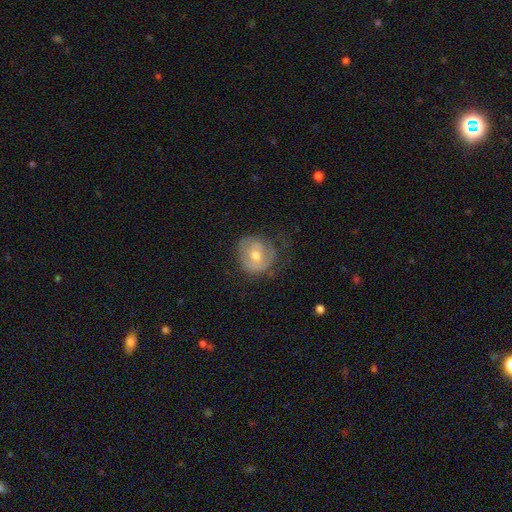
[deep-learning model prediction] featured or disk 50%, smooth 43%, star or artifact 8%. Down the decision tree: merging — none (57%).